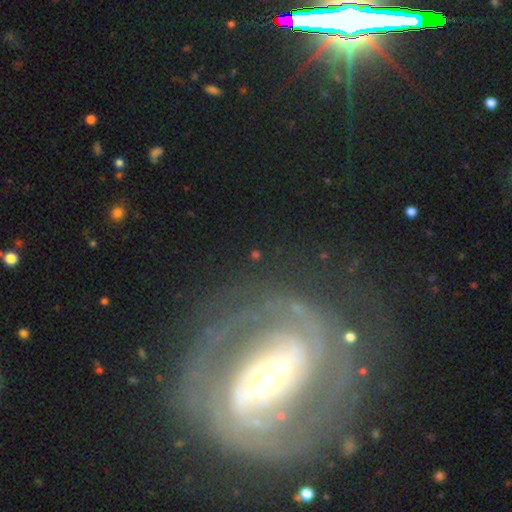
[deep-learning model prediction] Smooth or featured?
  - featured or disk: 54% *
  - star or artifact: 24%
  - smooth: 22%
Edge-on disk?
  - no: 90% *
  - yes: 10%
Merging?
  - none: 75% *
  - minor disturbance: 12%
  - major disturbance: 9%
  - merger: 4%